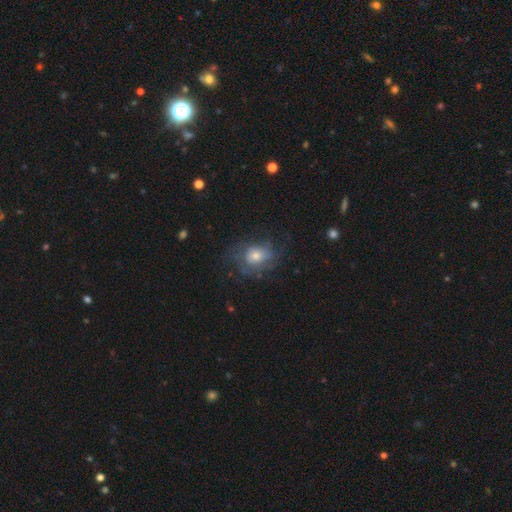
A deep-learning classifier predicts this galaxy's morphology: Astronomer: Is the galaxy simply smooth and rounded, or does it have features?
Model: featured or disk — 50% (runner-up: smooth, 38%).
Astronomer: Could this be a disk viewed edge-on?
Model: no — 96%.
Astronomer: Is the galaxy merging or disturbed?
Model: none — 61%.